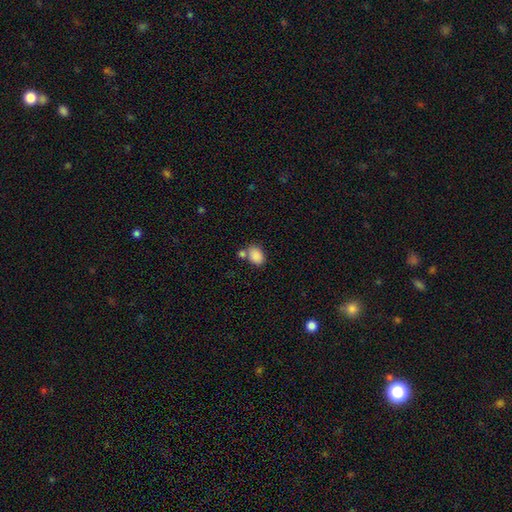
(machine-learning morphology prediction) This is clearly a smooth galaxy (87%). How rounded: likely in between (76%). Merging: possibly none (55%).